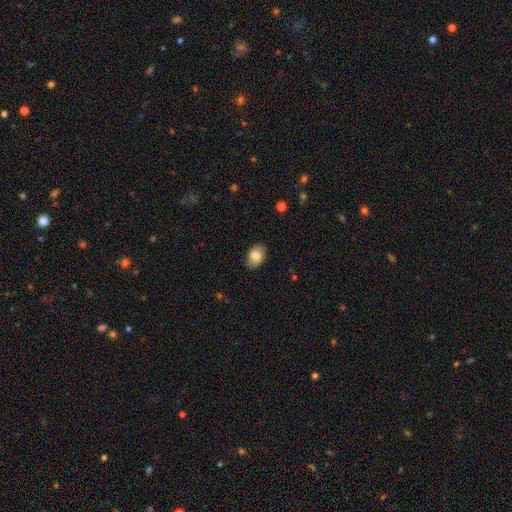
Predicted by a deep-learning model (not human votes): Smooth or featured: smooth — 83% (featured or disk — 10%)
How rounded: in between — 87% (round — 12%)
Merging: none — 86% (minor disturbance — 11%)